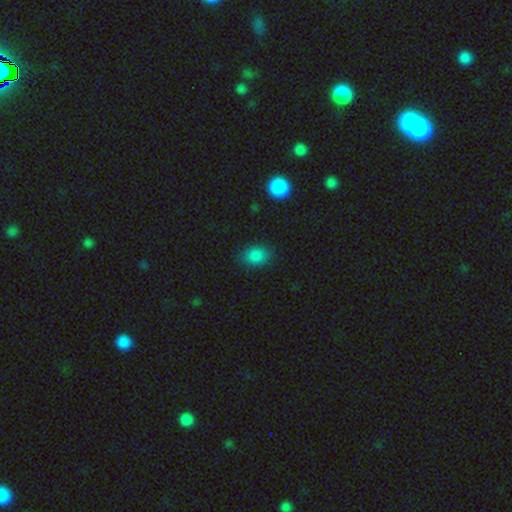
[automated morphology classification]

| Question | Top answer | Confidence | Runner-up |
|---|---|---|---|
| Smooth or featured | smooth | 85% | star or artifact (11%) |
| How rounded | in between | 64% | round (34%) |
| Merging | none | 82% | minor disturbance (13%) |